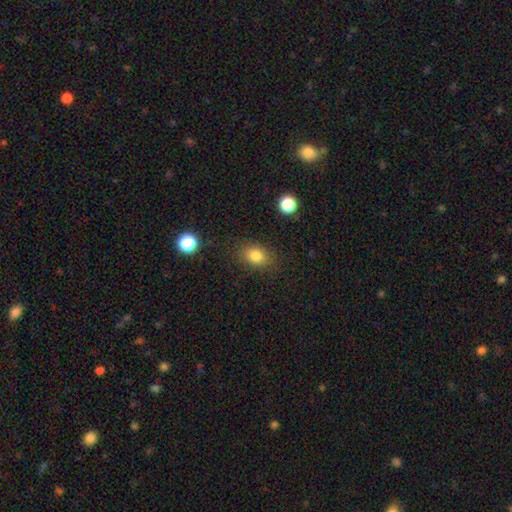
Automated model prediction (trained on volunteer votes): smooth 83%, star or artifact 11%, featured or disk 6%. Down the decision tree: how rounded — in between (62%); merging — none (83%).